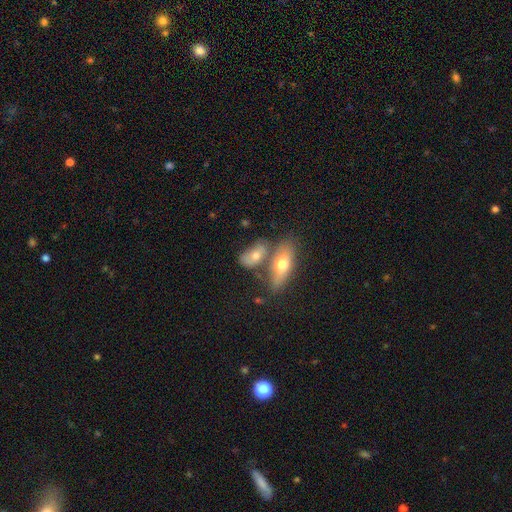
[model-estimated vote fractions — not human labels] A smooth galaxy with no disk features (64%) that is in between round and cigar-shaped (83%).

Vote fractions:
- Smooth or featured? smooth: 64% / featured or disk: 28% / star or artifact: 8%
- How rounded? in between: 83% / cigar-shaped: 10% / round: 7%
- Merging? merger: 43% / none: 38% / minor disturbance: 13% / major disturbance: 6%